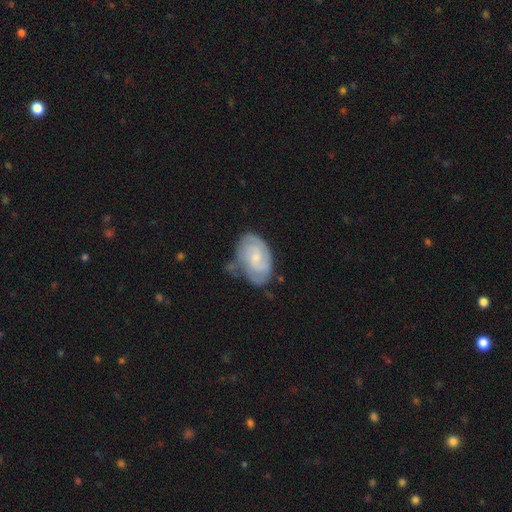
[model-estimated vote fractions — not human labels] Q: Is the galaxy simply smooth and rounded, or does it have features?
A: featured or disk — 67%.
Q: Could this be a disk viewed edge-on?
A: no — 96%.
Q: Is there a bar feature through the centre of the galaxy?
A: no — 56%.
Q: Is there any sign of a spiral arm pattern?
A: yes — 89%.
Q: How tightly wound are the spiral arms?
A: tight — 56%.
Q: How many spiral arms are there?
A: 2 — 45%.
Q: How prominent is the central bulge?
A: small — 59%.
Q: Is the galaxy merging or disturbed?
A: none — 54%.